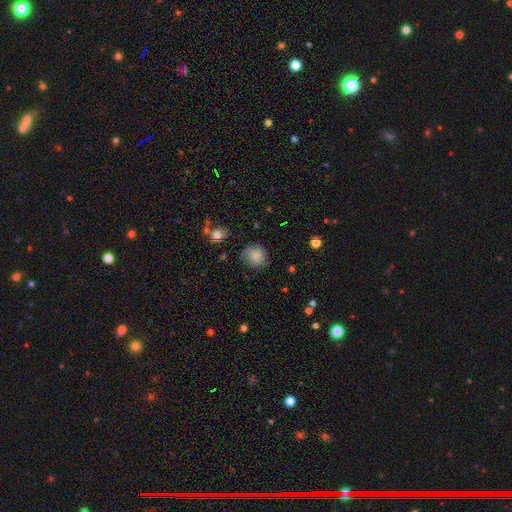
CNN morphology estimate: This is likely a smooth galaxy (77%). How rounded: likely round (78%). Merging: likely none (67%).